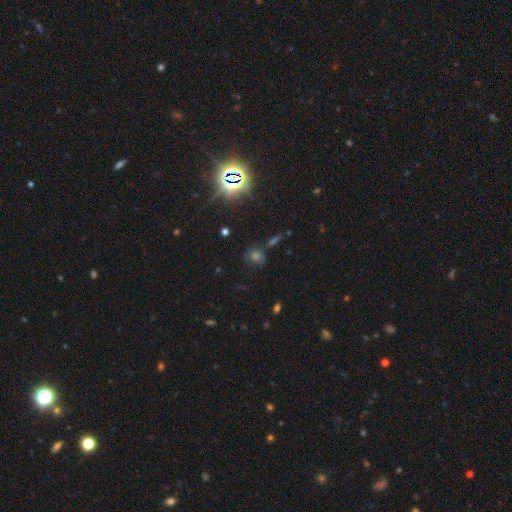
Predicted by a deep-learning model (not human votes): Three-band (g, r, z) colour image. It shows a star or artifact, not a galaxy (48%).